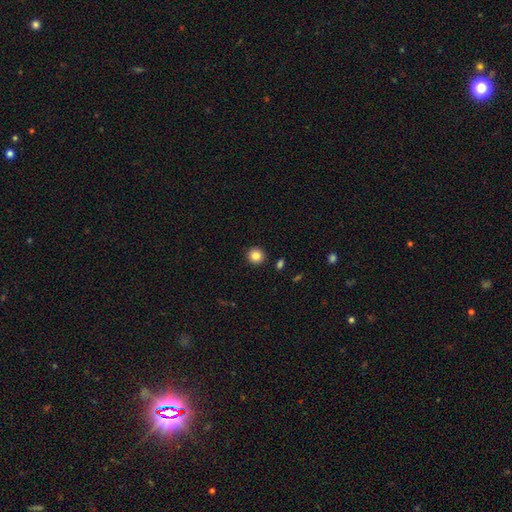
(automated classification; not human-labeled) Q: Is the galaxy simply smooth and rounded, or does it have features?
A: smooth — 85%.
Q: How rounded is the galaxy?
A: round — 93%.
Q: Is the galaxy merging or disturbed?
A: none — 92%.